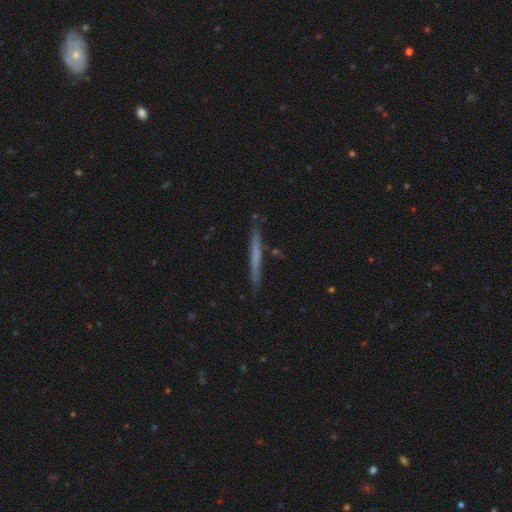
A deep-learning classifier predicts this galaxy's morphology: Smooth or featured?
  - smooth: 52% *
  - featured or disk: 42%
  - star or artifact: 6%
How rounded?
  - cigar-shaped: 97% *
  - in between: 2%
  - round: 2%
Merging?
  - none: 88% *
  - minor disturbance: 8%
  - merger: 2%
  - major disturbance: 2%